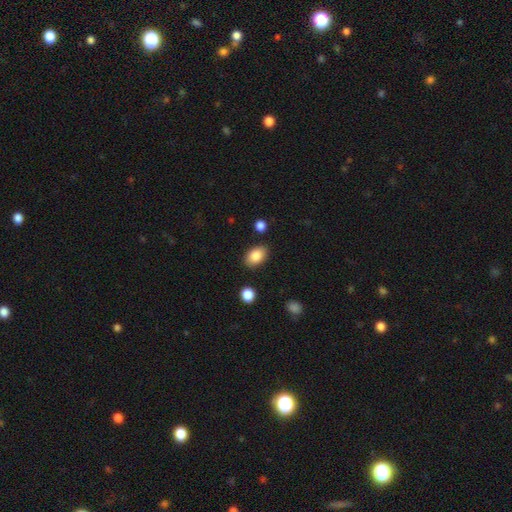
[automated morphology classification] This is clearly a smooth galaxy (86%). How rounded: clearly in between (87%). Merging: clearly none (84%).